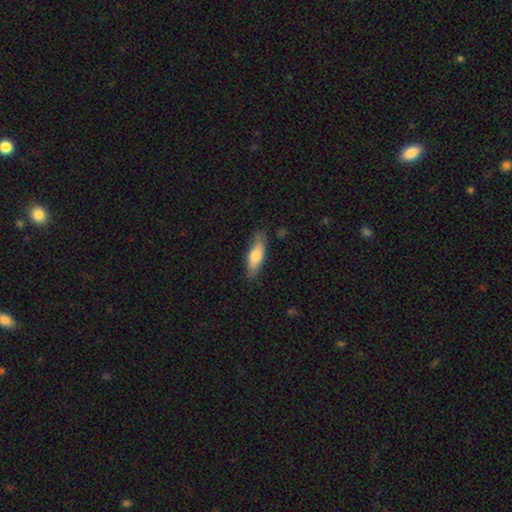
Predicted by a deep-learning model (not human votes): The model was most divided on "how rounded": in between: 58%, cigar-shaped: 40%, round: 2%. More confident: merging — none (76%); smooth or featured — smooth (70%).